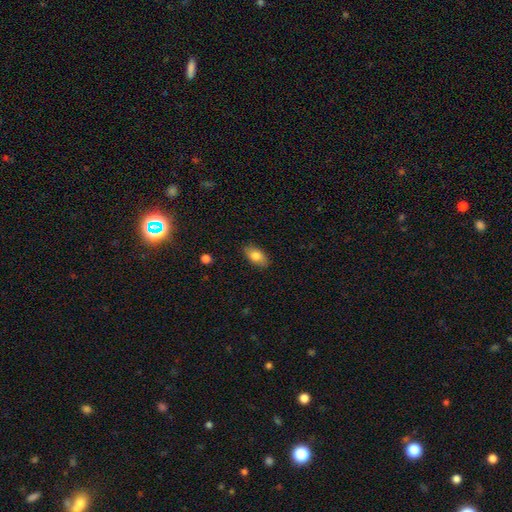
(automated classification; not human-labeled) Smooth or featured? smooth (81%)
How rounded? in between (91%)
Merging? none (86%)